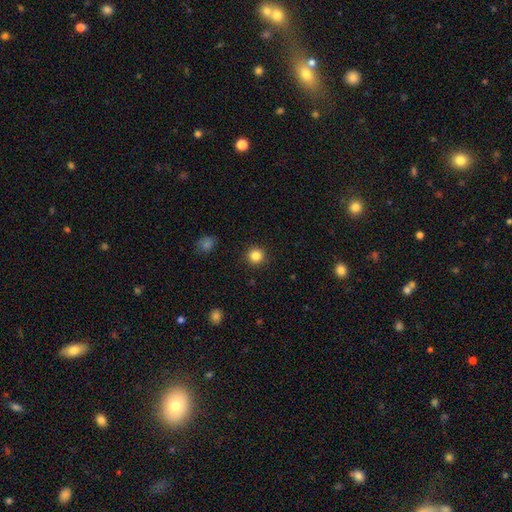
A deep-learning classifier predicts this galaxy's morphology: Smooth or featured: smooth — 84% (star or artifact — 12%)
How rounded: round — 94% (in between — 5%)
Merging: none — 92% (minor disturbance — 5%)